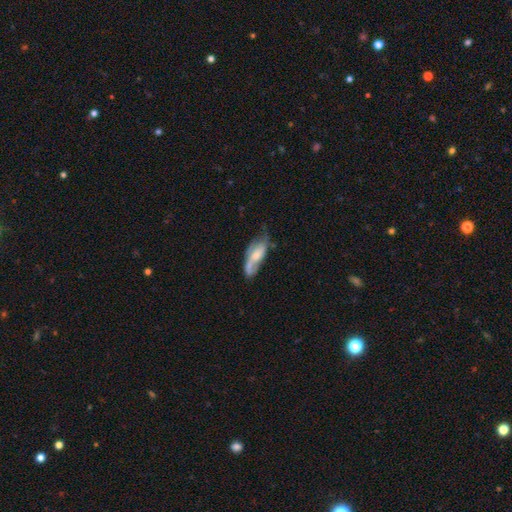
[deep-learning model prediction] Smooth or featured: featured or disk — 52% (smooth — 42%)
Edge-on disk: no — 86% (yes — 14%)
Merging: none — 42% (minor disturbance — 31%)